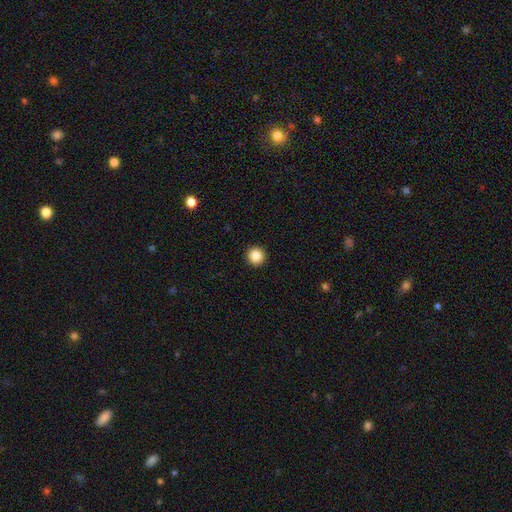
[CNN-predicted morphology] A smooth galaxy with no disk features (87%) that is round (96%). Merging: none (94%).